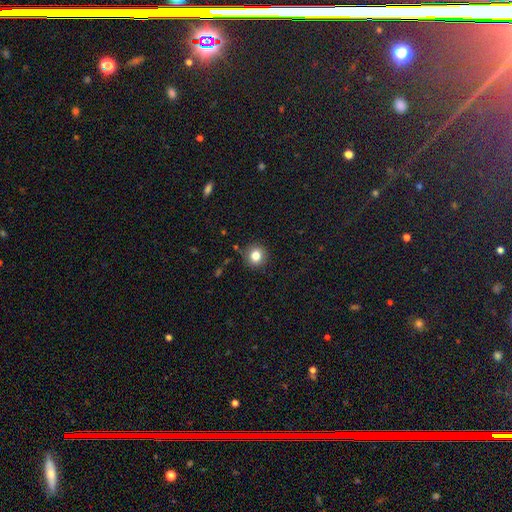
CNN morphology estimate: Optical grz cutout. It shows a smooth galaxy with no disk features (82%) that is round (88%). Merging: none (88%).